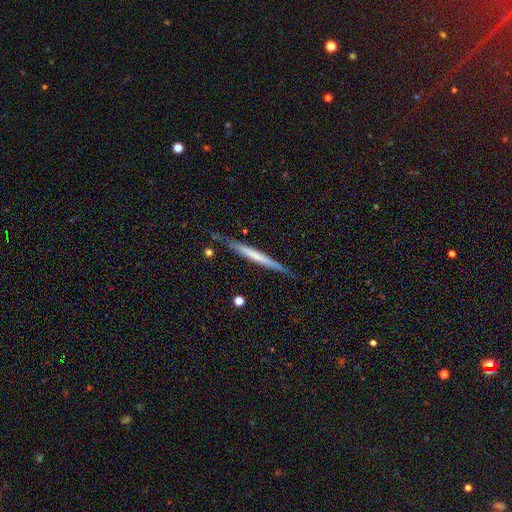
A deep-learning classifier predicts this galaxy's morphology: featured or disk 50%, smooth 45%, star or artifact 5%. Down the decision tree: merging — none (79%).